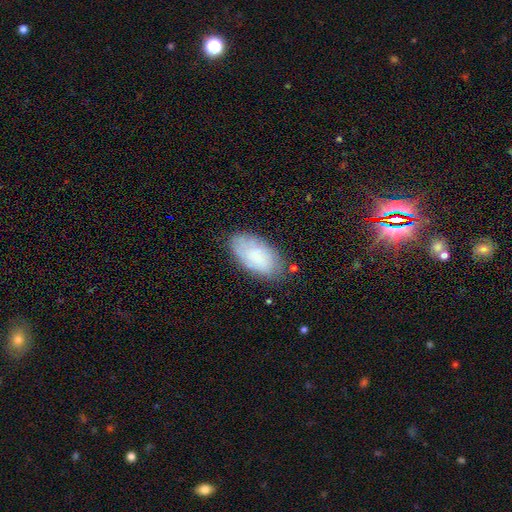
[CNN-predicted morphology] This appears to be a smooth galaxy with no disk features (65%) that is in between round and cigar-shaped (94%). Merging: none (75%).